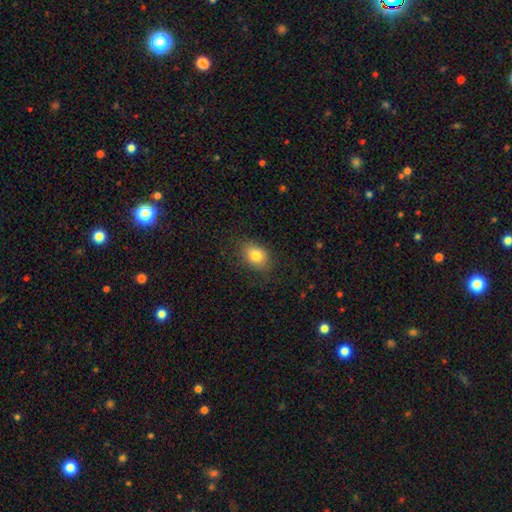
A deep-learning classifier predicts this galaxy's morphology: Smooth or featured: smooth — 81% (star or artifact — 10%)
How rounded: in between — 69% (round — 30%)
Merging: none — 81% (minor disturbance — 14%)